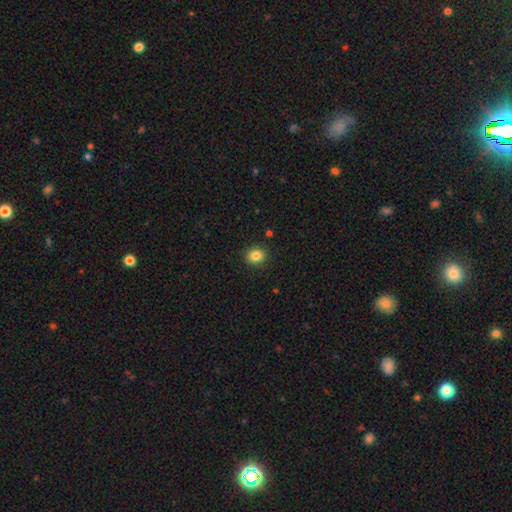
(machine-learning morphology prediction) smooth-or-featured: smooth: 84% | star or artifact: 11% | featured or disk: 5%
  how-rounded: round: 81% | in between: 18% | cigar-shaped: 1%
  merging: none: 91% | minor disturbance: 6% | major disturbance: 2% | merger: 1%